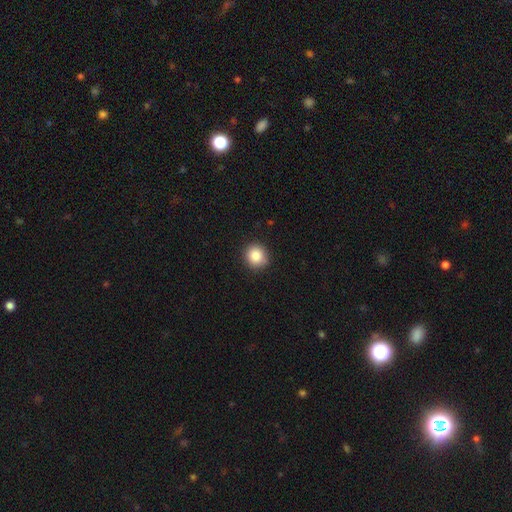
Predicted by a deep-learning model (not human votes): A smooth galaxy with no disk features (87%) that is round (89%). Merging: none (88%).